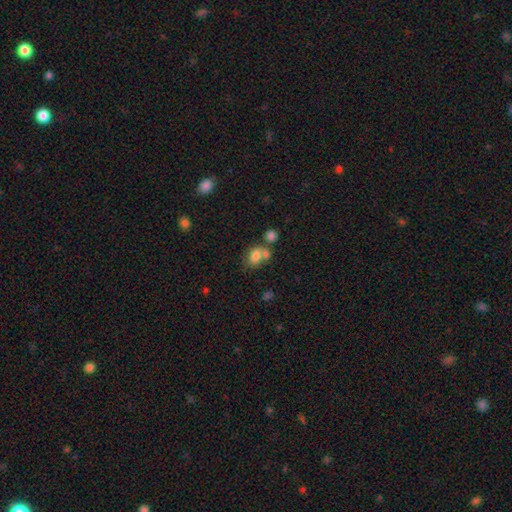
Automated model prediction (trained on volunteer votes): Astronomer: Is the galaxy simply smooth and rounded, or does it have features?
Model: smooth — 76%.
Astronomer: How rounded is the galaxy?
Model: in between — 68%.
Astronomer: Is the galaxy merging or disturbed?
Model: merger — 44% (runner-up: none, 36%).